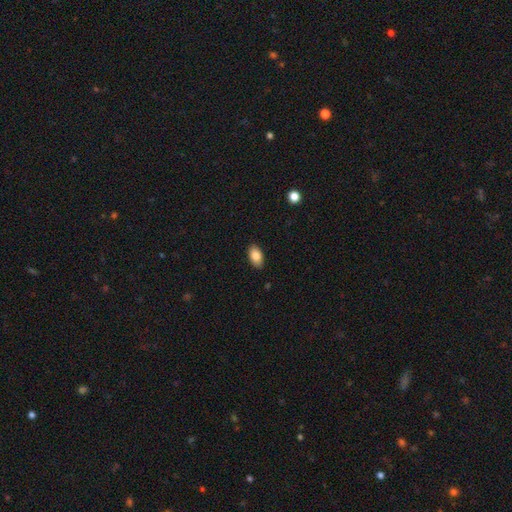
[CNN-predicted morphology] Smooth or featured: smooth — 85% (featured or disk — 7%)
How rounded: in between — 93% (round — 6%)
Merging: none — 88% (minor disturbance — 9%)